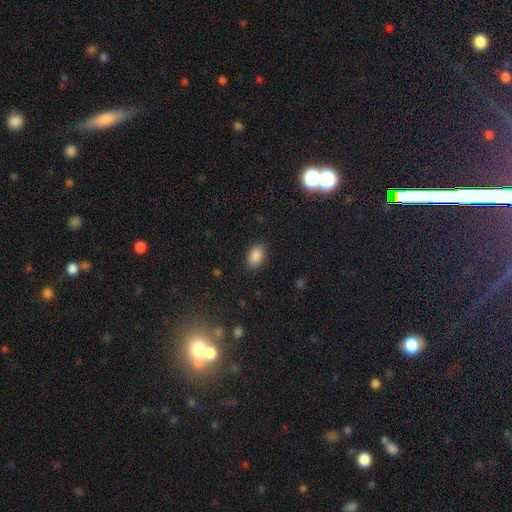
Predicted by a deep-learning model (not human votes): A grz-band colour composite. It shows a smooth galaxy with no disk features (88%) that is in between round and cigar-shaped (88%). Merging: none (87%).